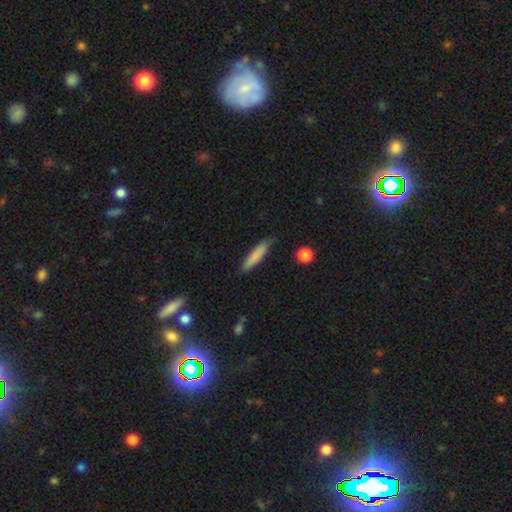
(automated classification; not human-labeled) smooth_or_featured: smooth (p=0.81) [alt: featured or disk p=0.13]
how_rounded: cigar-shaped (p=0.84) [alt: in between p=0.14]
merging: none (p=0.79) [alt: minor disturbance p=0.16]